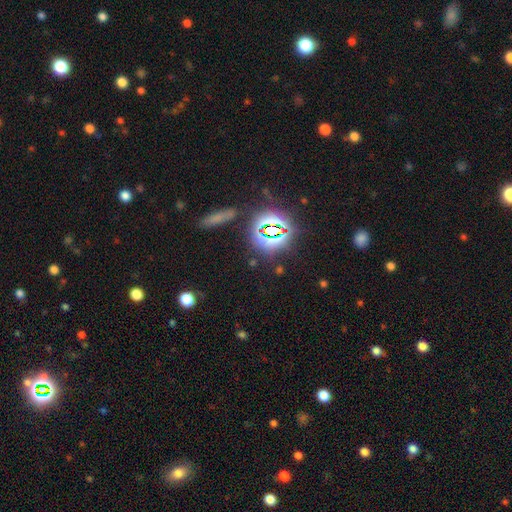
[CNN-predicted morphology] Overall: star or artifact (78%).